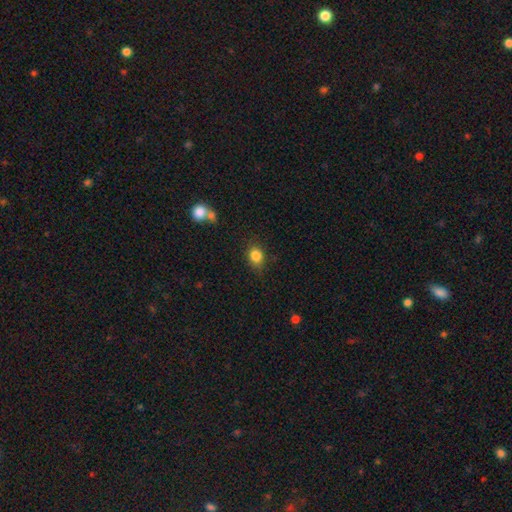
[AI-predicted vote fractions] Smooth or featured: smooth — 84% (star or artifact — 10%)
How rounded: round — 56% (in between — 42%)
Merging: none — 78% (minor disturbance — 15%)